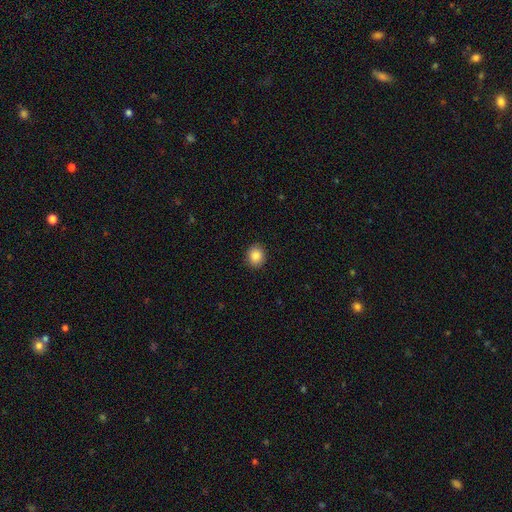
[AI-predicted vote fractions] Smooth or featured: smooth — 87% (star or artifact — 9%)
How rounded: round — 71% (in between — 29%)
Merging: none — 90% (minor disturbance — 7%)